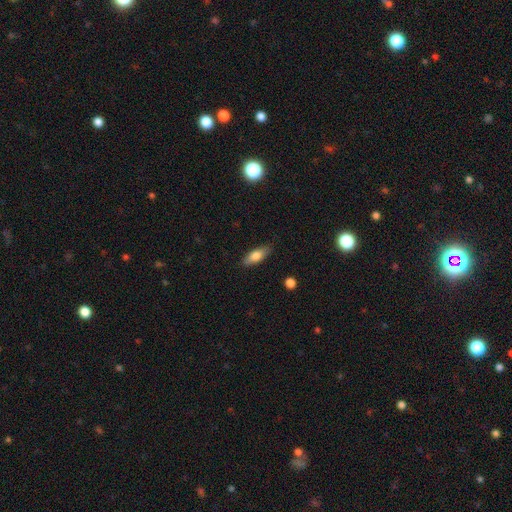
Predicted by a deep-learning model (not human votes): smooth 74%, featured or disk 19%, star or artifact 7%. Down the decision tree: how rounded — in between (71%); merging — none (85%).